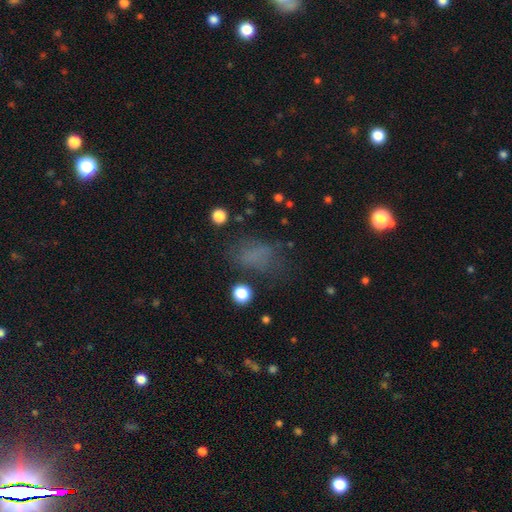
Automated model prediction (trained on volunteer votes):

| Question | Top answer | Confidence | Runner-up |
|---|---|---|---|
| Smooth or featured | smooth | 62% | star or artifact (24%) |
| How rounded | in between | 77% | round (20%) |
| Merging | none | 56% | minor disturbance (21%) |